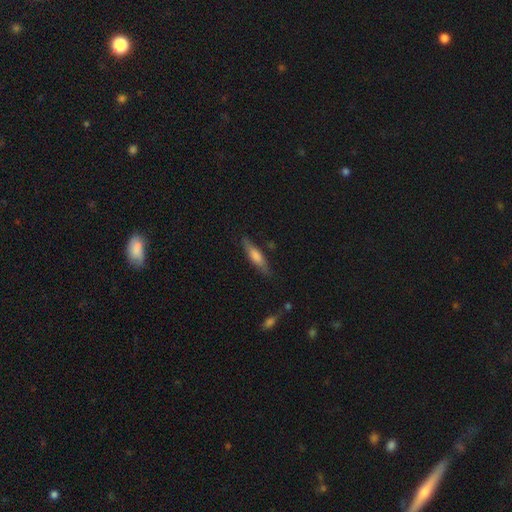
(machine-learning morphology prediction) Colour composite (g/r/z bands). It shows a smooth galaxy with no disk features (54%) that is cigar-shaped (77%). Merging: none (81%).